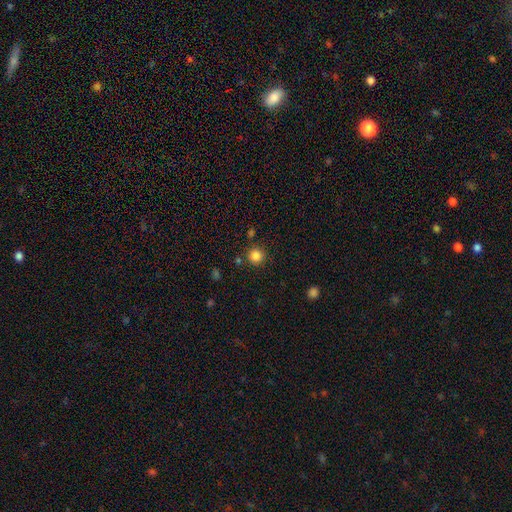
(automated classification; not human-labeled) This is clearly a smooth galaxy (85%). How rounded: clearly round (94%). Merging: clearly none (86%).